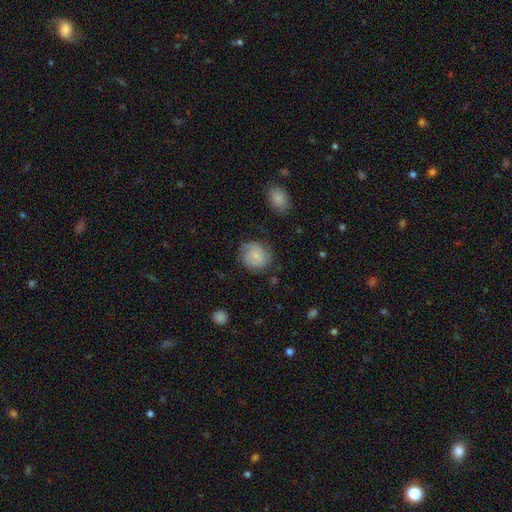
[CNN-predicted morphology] smooth-or-featured: smooth: 48% | featured or disk: 44% | star or artifact: 8%
  merging: none: 66% | minor disturbance: 23% | major disturbance: 9% | merger: 2%